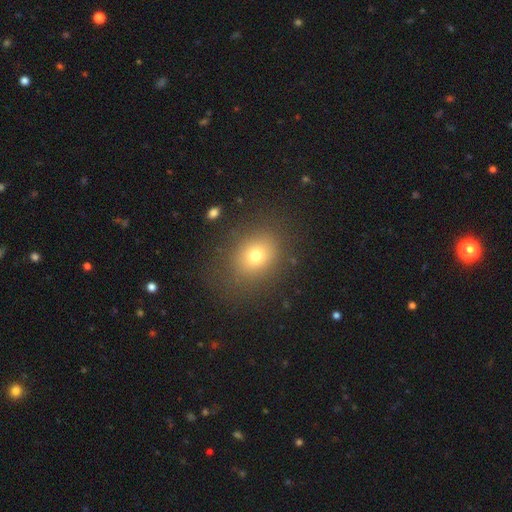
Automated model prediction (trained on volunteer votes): A smooth galaxy with no disk features (72%) that is round (54%).

Vote fractions:
- Smooth or featured? smooth: 72% / star or artifact: 15% / featured or disk: 13%
- How rounded? round: 54% / in between: 45% / cigar-shaped: 1%
- Merging? none: 80% / minor disturbance: 12% / major disturbance: 7% / merger: 2%